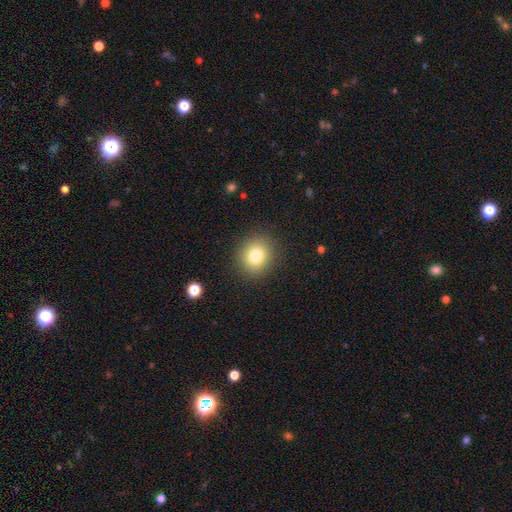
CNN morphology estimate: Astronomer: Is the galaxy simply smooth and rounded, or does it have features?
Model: smooth — 78%.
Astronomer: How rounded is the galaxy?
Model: round — 84%.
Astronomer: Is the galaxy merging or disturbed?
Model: none — 89%.